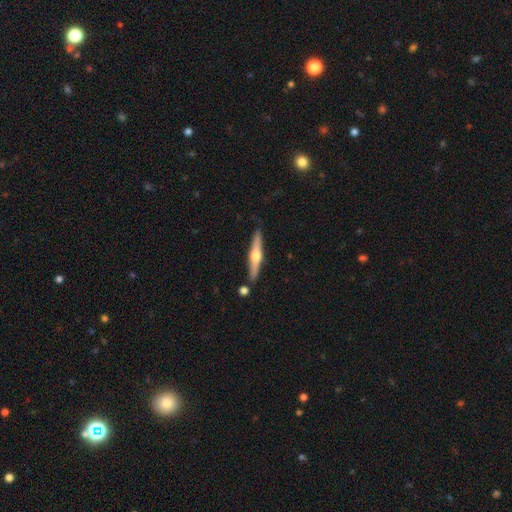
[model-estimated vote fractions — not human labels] Smooth or featured? Predicted: featured or disk (p=0.66). Edge-on disk? Predicted: yes (p=0.97). Edge-on bulge? Predicted: rounded (p=0.93). Merging? Predicted: none (p=0.85).